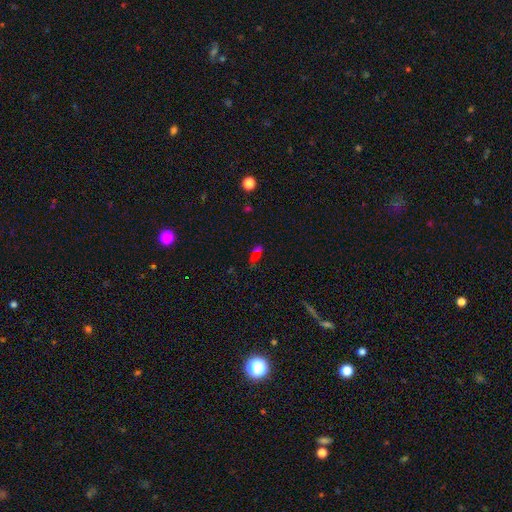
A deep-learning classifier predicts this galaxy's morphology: smooth-or-featured: smooth: 48% | star or artifact: 38% | featured or disk: 14%
  merging: none: 48% | merger: 21% | minor disturbance: 18% | major disturbance: 14%